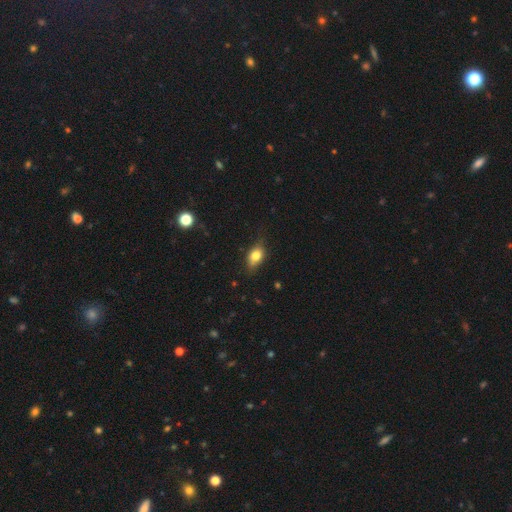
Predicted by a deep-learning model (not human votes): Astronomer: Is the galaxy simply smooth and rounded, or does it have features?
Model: smooth — 74%.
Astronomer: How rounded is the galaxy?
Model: in between — 77%.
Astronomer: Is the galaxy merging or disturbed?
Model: none — 72%.